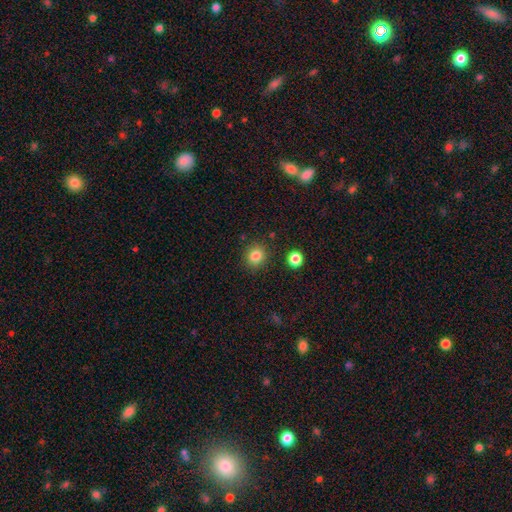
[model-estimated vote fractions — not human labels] Smooth or featured? Predicted: smooth (p=0.83). How rounded? Predicted: round (p=0.82). Merging? Predicted: none (p=0.87).